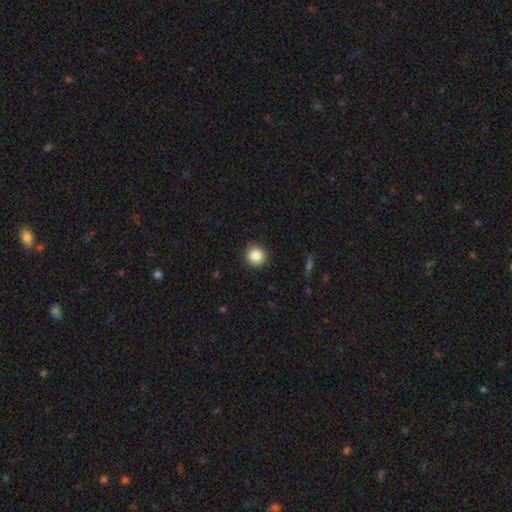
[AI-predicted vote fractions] smooth 86%, star or artifact 10%, featured or disk 4%. Down the decision tree: how rounded — round (94%); merging — none (91%).